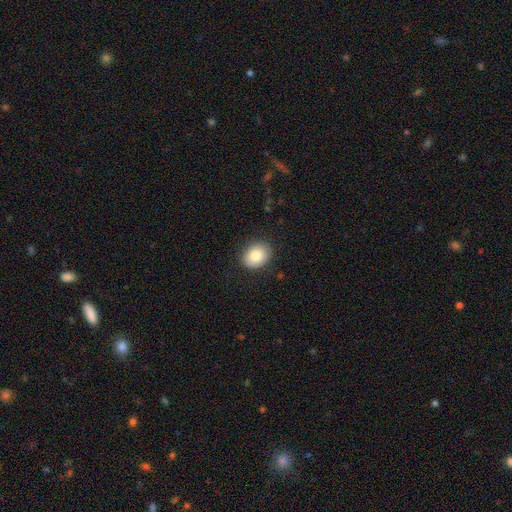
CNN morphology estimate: Smooth or featured? smooth (84%)
How rounded? in between (62%)
Merging? none (86%)